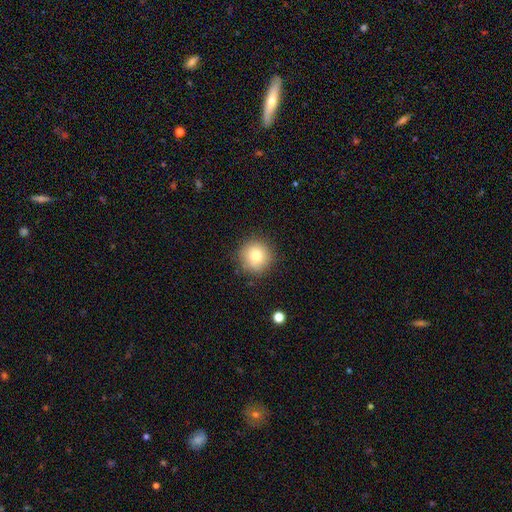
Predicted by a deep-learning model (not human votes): The model was most divided on "smooth or featured": smooth: 79%, featured or disk: 10%, star or artifact: 10%. More confident: how rounded — round (94%); merging — none (86%).